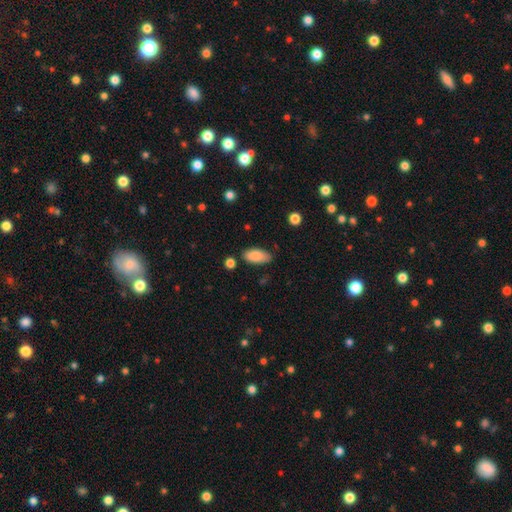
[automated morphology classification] smooth 86%, featured or disk 7%, star or artifact 7%. Down the decision tree: how rounded — in between (91%); merging — none (80%).